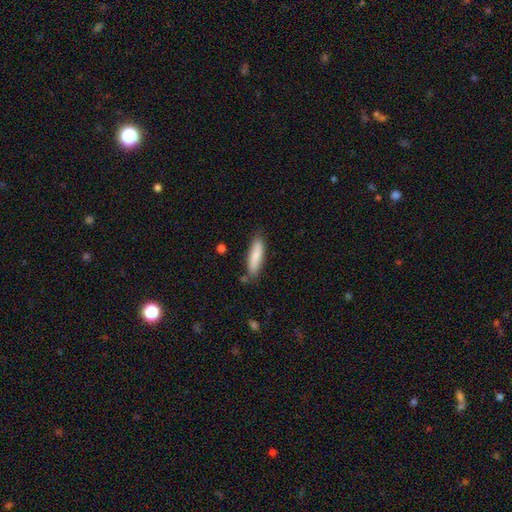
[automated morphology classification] Q: Smooth or featured?
A: smooth (84%); runner-up: featured or disk (10%)
Q: How rounded?
A: cigar-shaped (66%); runner-up: in between (32%)
Q: Merging?
A: none (78%); runner-up: minor disturbance (16%)